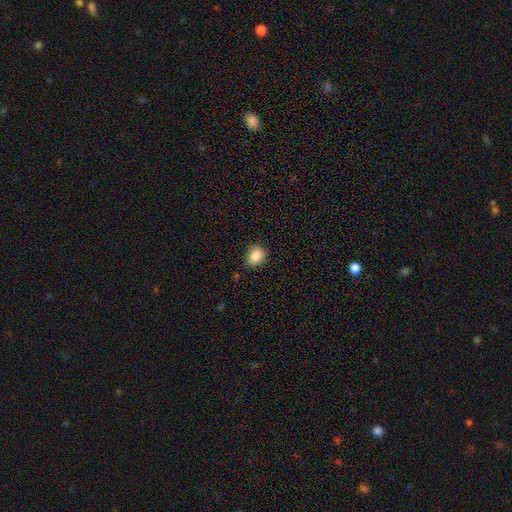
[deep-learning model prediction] smooth-or-featured: smooth: 86% | star or artifact: 9% | featured or disk: 5%
  how-rounded: round: 51% | in between: 48% | cigar-shaped: 1%
  merging: none: 80% | minor disturbance: 16% | major disturbance: 3% | merger: 1%